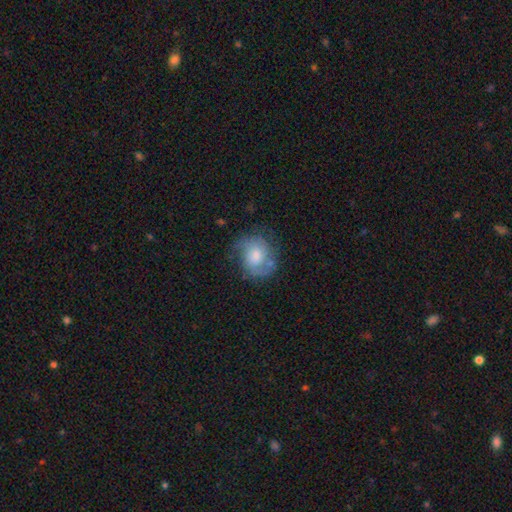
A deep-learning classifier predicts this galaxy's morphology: type=featured or disk (57%); edge-on=no (98%); bar=no (68%); spiral arms=yes (84%); bulge=moderate (43%); merging=none (62%).